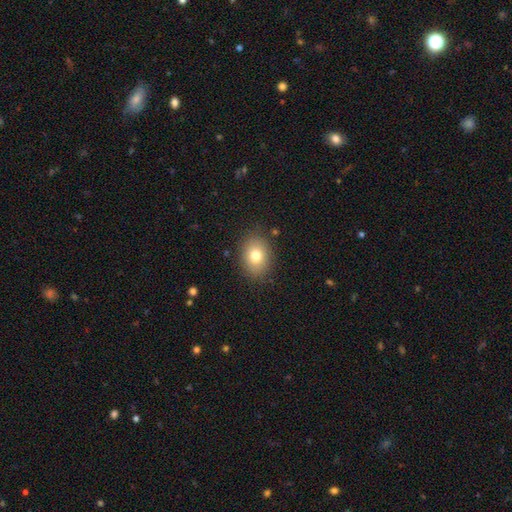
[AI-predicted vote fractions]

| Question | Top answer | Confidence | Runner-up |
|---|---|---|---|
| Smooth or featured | smooth | 78% | featured or disk (12%) |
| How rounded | in between | 66% | round (33%) |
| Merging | none | 86% | minor disturbance (10%) |